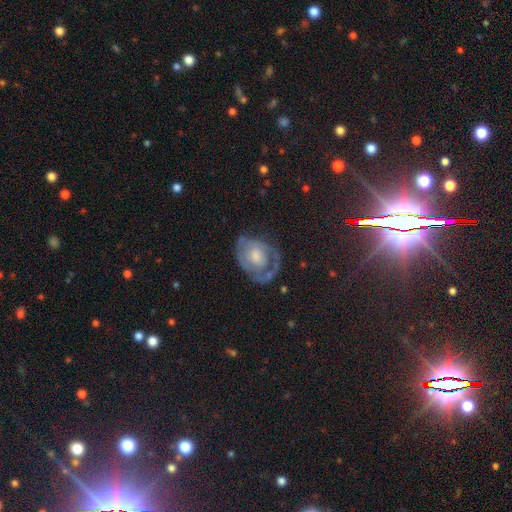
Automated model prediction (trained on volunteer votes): Smooth or featured?
  - featured or disk: 63% *
  - smooth: 30%
  - star or artifact: 8%
Edge-on disk?
  - no: 96% *
  - yes: 4%
Bar?
  - no: 76% *
  - weak: 20%
  - strong: 4%
Spiral arms?
  - yes: 62% *
  - no: 38%
Bulge size?
  - moderate: 46% *
  - small: 30%
  - large: 15%
  - none: 7%
  - dominant: 2%
Merging?
  - none: 46% *
  - minor disturbance: 26%
  - major disturbance: 25%
  - merger: 3%